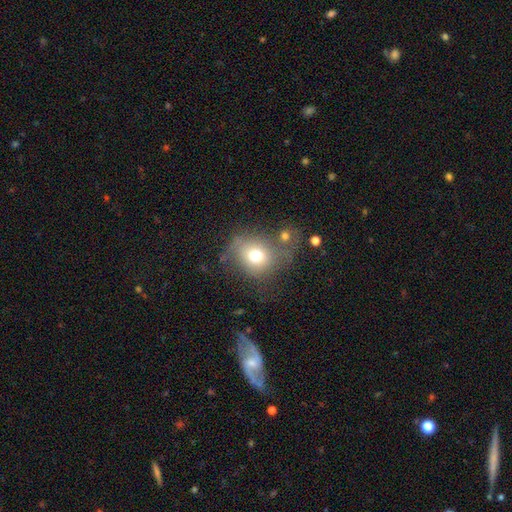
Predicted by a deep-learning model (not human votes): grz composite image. It shows a smooth galaxy with no disk features (70%) that is round (76%). Merging: none (49%).